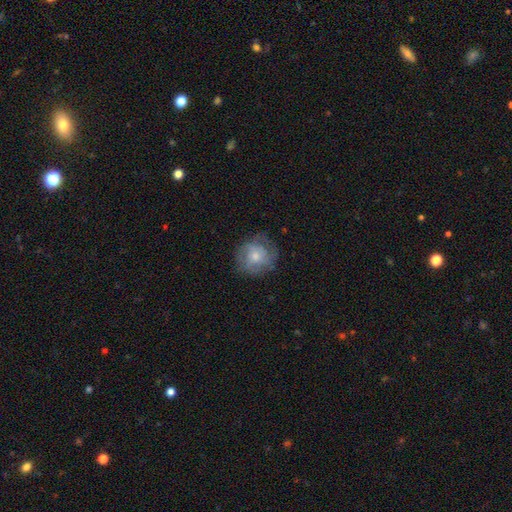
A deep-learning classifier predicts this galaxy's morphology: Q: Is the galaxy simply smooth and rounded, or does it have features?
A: smooth — 50%.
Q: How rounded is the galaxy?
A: round — 84%.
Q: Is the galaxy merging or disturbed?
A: none — 69%.